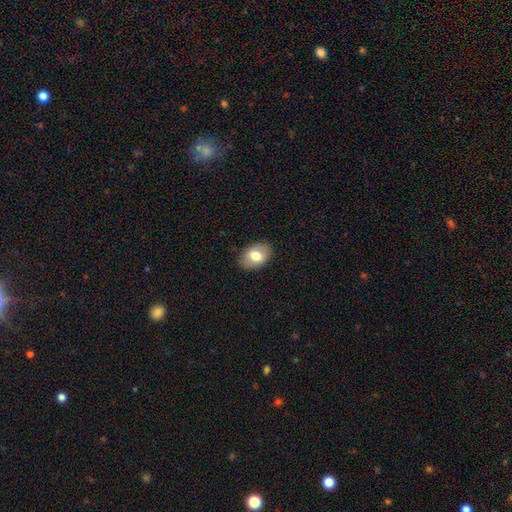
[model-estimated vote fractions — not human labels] Q: Smooth or featured?
A: smooth (73%); runner-up: featured or disk (19%)
Q: How rounded?
A: in between (81%); runner-up: round (18%)
Q: Merging?
A: none (88%); runner-up: minor disturbance (9%)